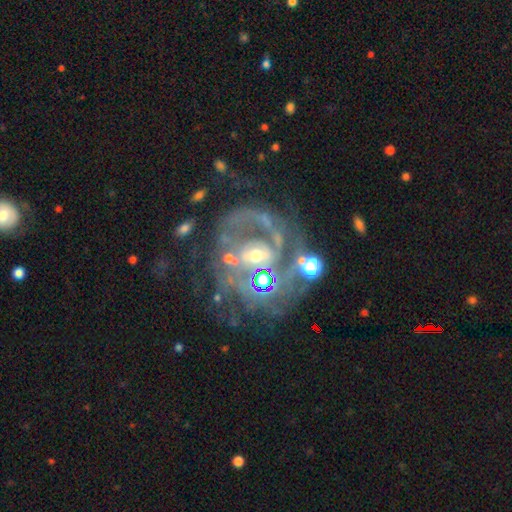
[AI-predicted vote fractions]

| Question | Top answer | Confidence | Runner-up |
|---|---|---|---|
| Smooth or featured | featured or disk | 77% | star or artifact (13%) |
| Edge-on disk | no | 97% | yes (3%) |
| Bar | no | 43% | weak (35%) |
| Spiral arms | yes | 76% | no (24%) |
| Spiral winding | medium | 42% | tight (36%) |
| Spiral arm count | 2 | 34% | can't tell (30%) |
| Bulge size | moderate | 47% | small (41%) |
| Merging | none | 37% | major disturbance (33%) |